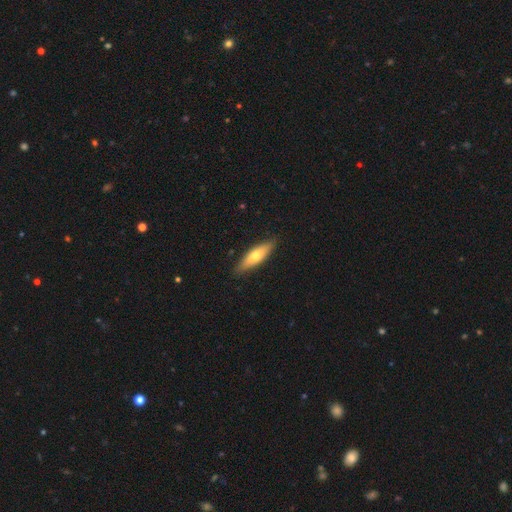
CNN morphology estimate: Smooth or featured? Predicted: smooth (p=0.57). How rounded? Predicted: cigar-shaped (p=0.60). Merging? Predicted: none (p=0.87).